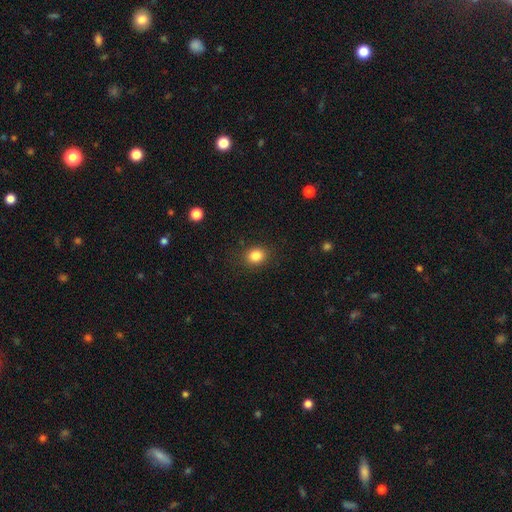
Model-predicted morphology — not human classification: smooth-or-featured: smooth: 85% | star or artifact: 10% | featured or disk: 5%
  how-rounded: round: 60% | in between: 39% | cigar-shaped: 1%
  merging: none: 86% | minor disturbance: 9% | major disturbance: 3% | merger: 1%